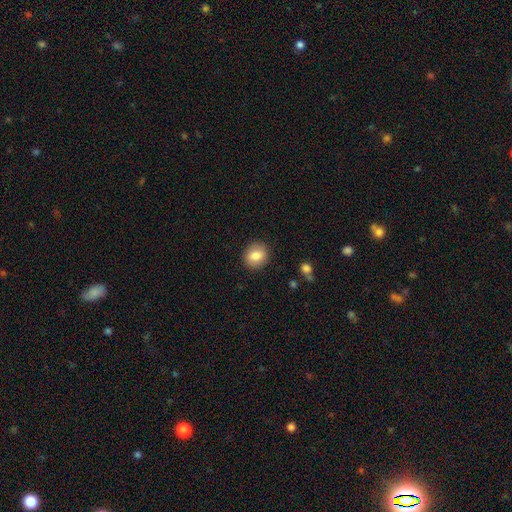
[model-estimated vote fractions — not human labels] Smooth or featured? smooth (81%)
How rounded? round (71%)
Merging? none (88%)